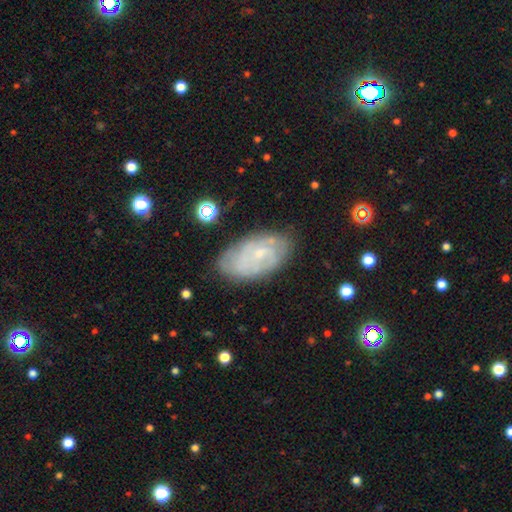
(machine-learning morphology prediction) Smooth or featured?
  - featured or disk: 67% *
  - smooth: 24%
  - star or artifact: 9%
Edge-on disk?
  - no: 95% *
  - yes: 5%
Bar?
  - no: 68% *
  - weak: 27%
  - strong: 5%
Spiral arms?
  - yes: 80% *
  - no: 20%
Spiral winding?
  - tight: 59% *
  - medium: 30%
  - loose: 11%
Spiral arm count?
  - can't tell: 51% *
  - 2: 24%
  - 3: 11%
  - 4: 6%
  - 1: 4%
  - more than 4: 4%
Bulge size?
  - small: 75% *
  - moderate: 16%
  - none: 7%
  - large: 1%
  - dominant: 1%
Merging?
  - none: 75% *
  - minor disturbance: 18%
  - major disturbance: 5%
  - merger: 2%